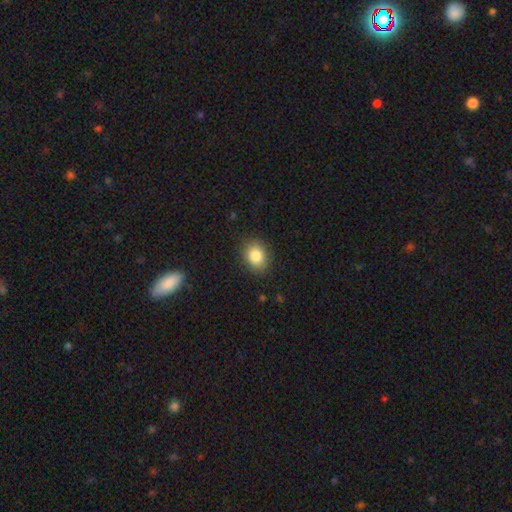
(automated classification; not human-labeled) Smooth or featured? smooth (85%)
How rounded? in between (54%)
Merging? none (87%)